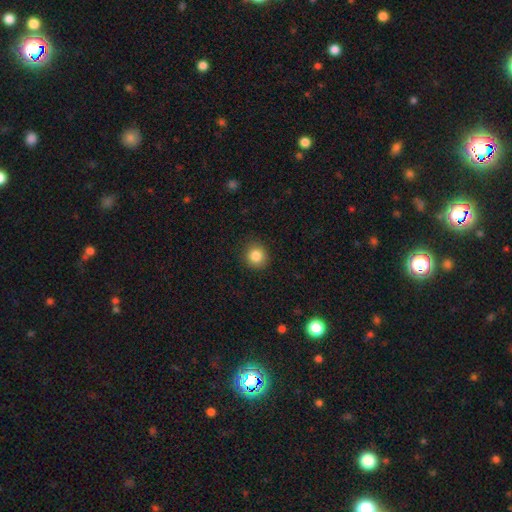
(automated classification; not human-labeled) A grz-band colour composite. It shows a smooth galaxy with no disk features (84%) that is round (90%). Merging: none (90%).